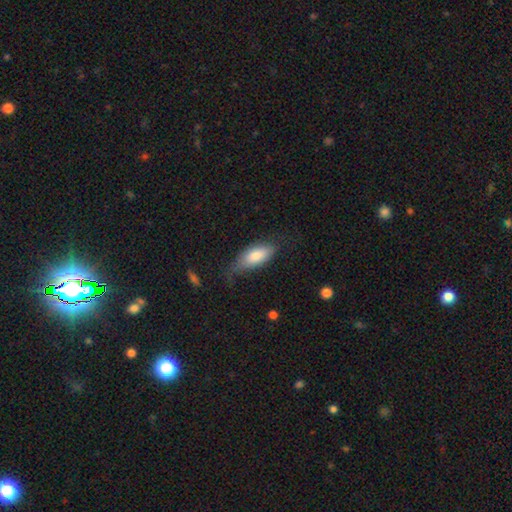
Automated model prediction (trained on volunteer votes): This appears to be a smooth galaxy with no disk features (78%) that is in between round and cigar-shaped (81%). Merging: none (53%).